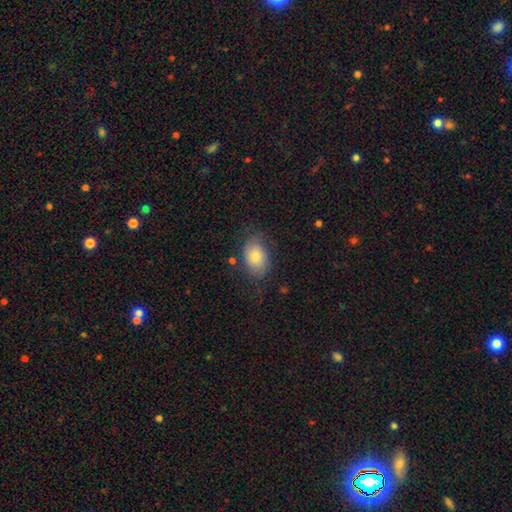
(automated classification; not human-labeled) A smooth galaxy with no disk features (79%) that is in between round and cigar-shaped (81%).

Vote fractions:
- Smooth or featured? smooth: 79% / featured or disk: 12% / star or artifact: 8%
- How rounded? in between: 81% / round: 18% / cigar-shaped: 1%
- Merging? none: 74% / minor disturbance: 18% / major disturbance: 6% / merger: 2%